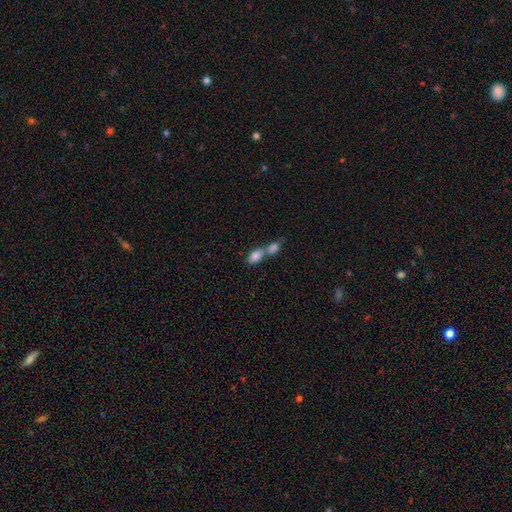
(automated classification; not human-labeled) This appears to be a smooth galaxy with no disk features (81%) that is in between round and cigar-shaped (86%). Merging: merger (73%).